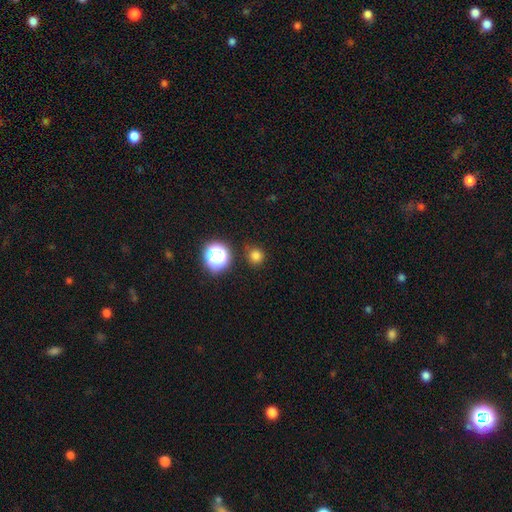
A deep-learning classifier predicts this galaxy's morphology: smooth_or_featured: smooth (p=0.77) [alt: star or artifact p=0.18]
how_rounded: round (p=0.93) [alt: in between p=0.06]
merging: none (p=0.87) [alt: minor disturbance p=0.07]